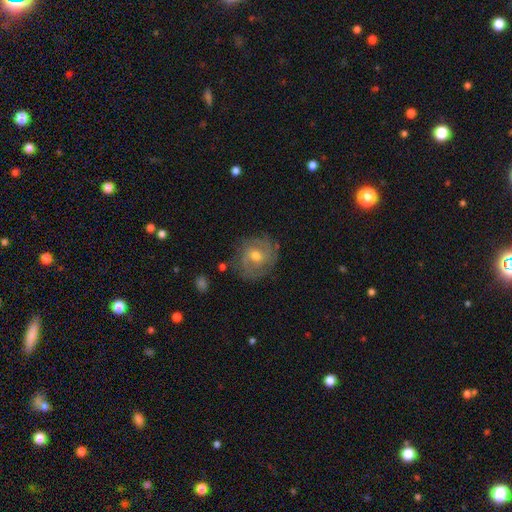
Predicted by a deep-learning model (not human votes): Morphology: type=featured or disk (72%); edge-on=no (97%); bar=no (63%); spiral arms=yes (88%); winding=tight (59%); arm count=can't tell (33%); bulge=moderate (68%); merging=none (76%).